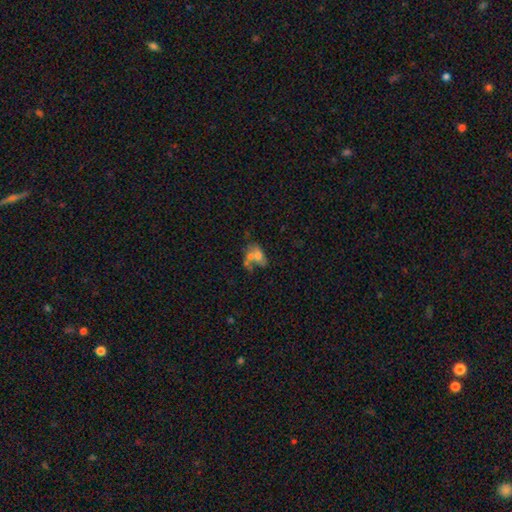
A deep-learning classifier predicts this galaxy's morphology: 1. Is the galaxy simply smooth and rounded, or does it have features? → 55% smooth, 33% featured or disk, 12% star or artifact.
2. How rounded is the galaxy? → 78% in between, 19% round, 3% cigar-shaped.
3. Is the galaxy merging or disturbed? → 50% merger, 23% none, 14% major disturbance, 13% minor disturbance.